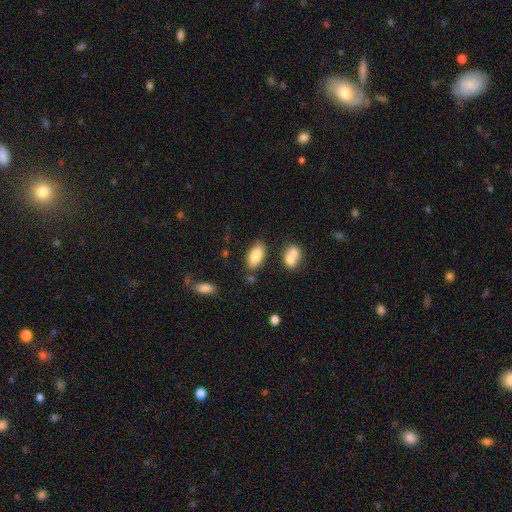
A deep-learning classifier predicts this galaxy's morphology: A smooth galaxy with no disk features (82%) that is in between round and cigar-shaped (92%).

Vote fractions:
- Smooth or featured? smooth: 82% / featured or disk: 11% / star or artifact: 7%
- How rounded? in between: 92% / cigar-shaped: 5% / round: 3%
- Merging? none: 75% / minor disturbance: 13% / merger: 9% / major disturbance: 3%